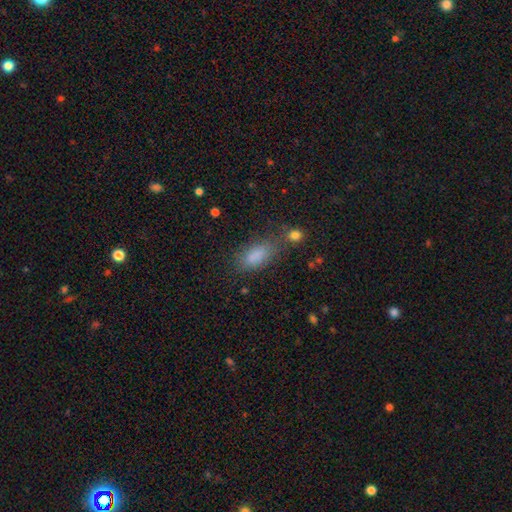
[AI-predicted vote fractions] Smooth or featured? smooth (82%)
How rounded? in between (85%)
Merging? none (59%)